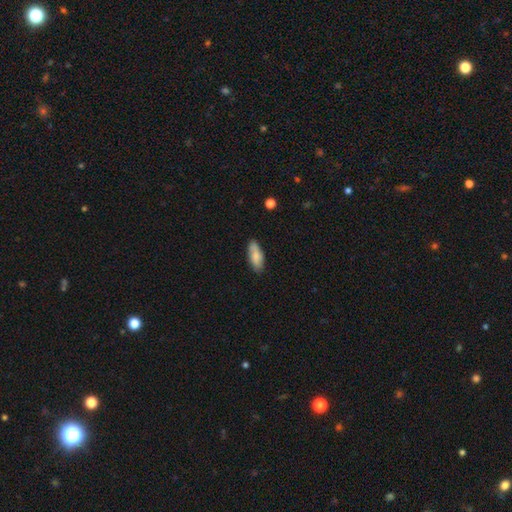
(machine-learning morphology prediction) Smooth or featured? smooth (76%)
How rounded? in between (76%)
Merging? none (79%)